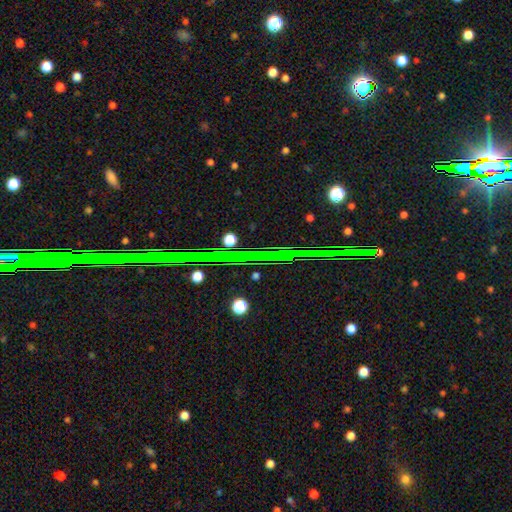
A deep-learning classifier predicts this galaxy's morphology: star or artifact 79%, featured or disk 13%, smooth 8%.